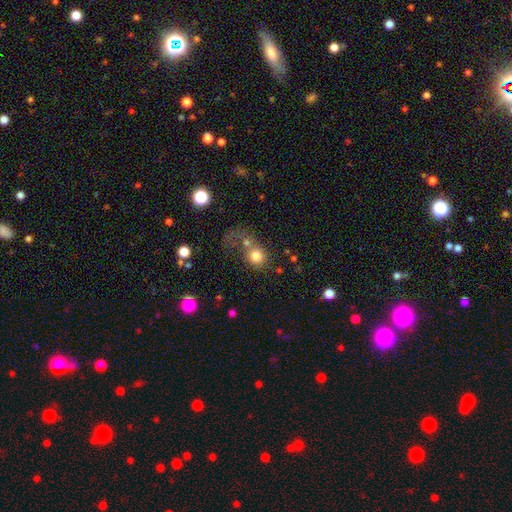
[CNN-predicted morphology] Smooth or featured?
  - smooth: 75% *
  - featured or disk: 14%
  - star or artifact: 11%
How rounded?
  - round: 71% *
  - in between: 27%
  - cigar-shaped: 1%
Merging?
  - merger: 33% *
  - none: 30%
  - major disturbance: 25%
  - minor disturbance: 12%